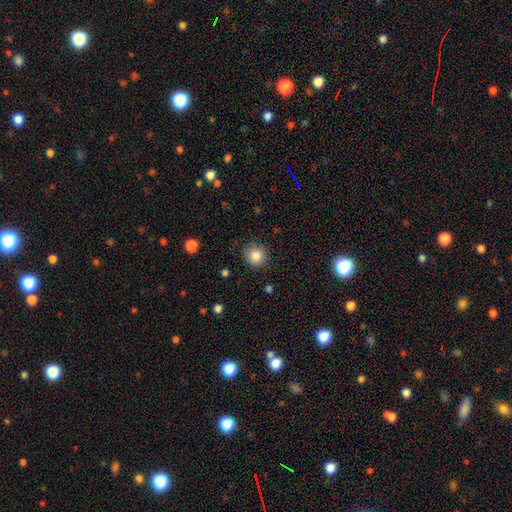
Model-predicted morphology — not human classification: Smooth or featured? Predicted: smooth (p=0.85). How rounded? Predicted: round (p=0.89). Merging? Predicted: none (p=0.85).